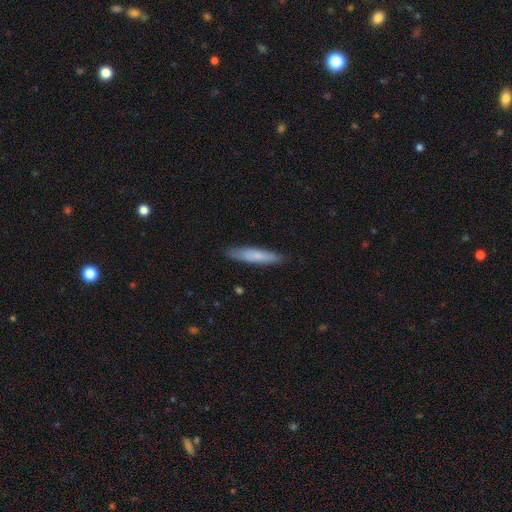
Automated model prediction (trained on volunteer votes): Overall: smooth (74%). How rounded: cigar-shaped (87%). Merging: none (88%).